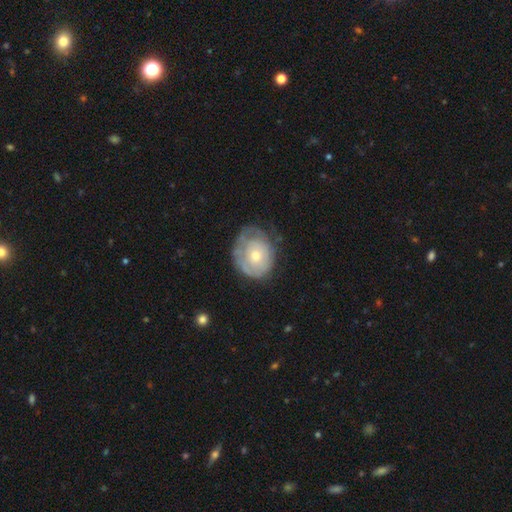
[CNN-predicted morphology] Smooth or featured?
  - featured or disk: 48% *
  - smooth: 45%
  - star or artifact: 6%
Merging?
  - none: 49% *
  - minor disturbance: 32%
  - major disturbance: 17%
  - merger: 2%